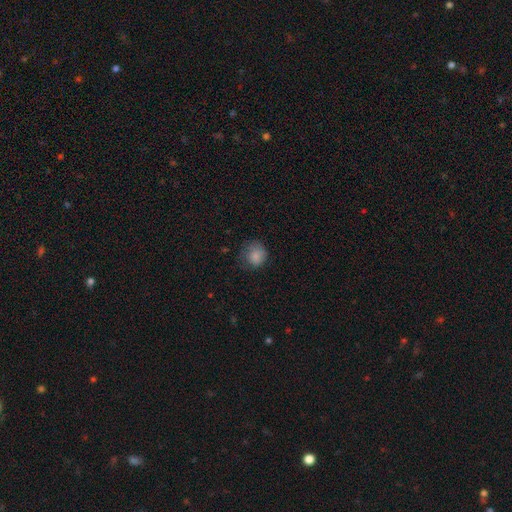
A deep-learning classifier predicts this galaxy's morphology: This is clearly a smooth galaxy (82%). How rounded: clearly round (82%). Merging: likely none (63%).